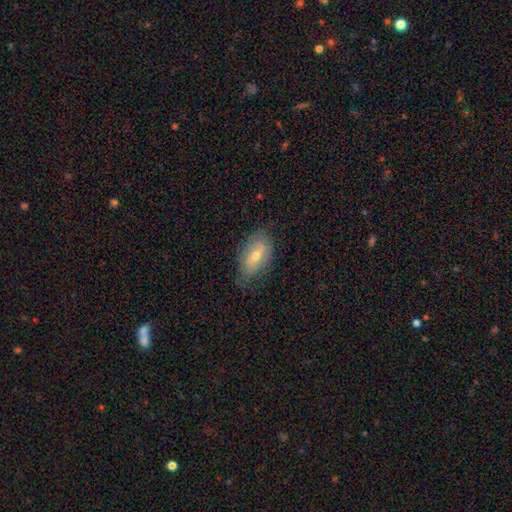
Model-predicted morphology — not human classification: This appears to be a smooth galaxy with no disk features (55%) that is in between round and cigar-shaped (90%). Merging: none (69%).